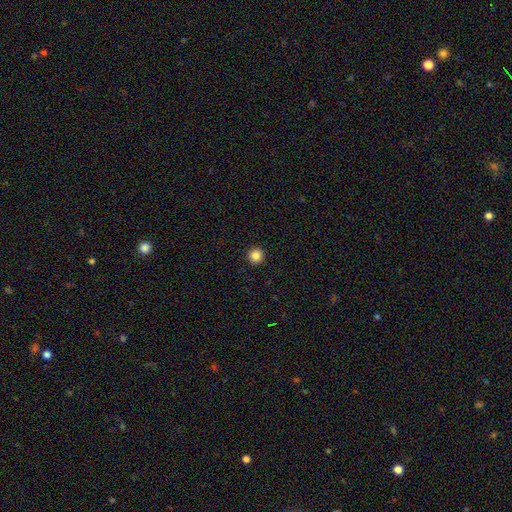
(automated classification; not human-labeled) Smooth or featured: smooth — 85% (star or artifact — 11%)
How rounded: round — 96% (in between — 3%)
Merging: none — 94% (minor disturbance — 4%)